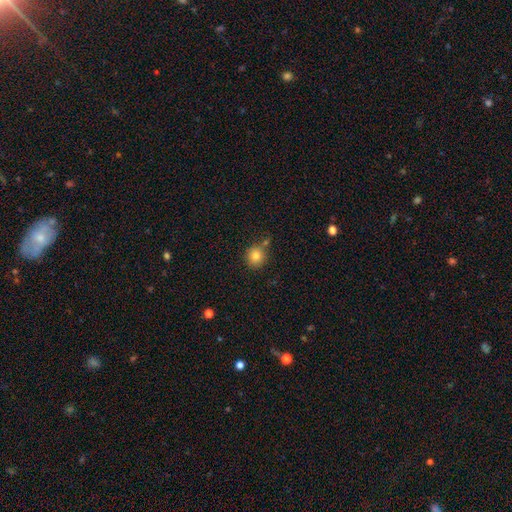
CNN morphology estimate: smooth 81%, star or artifact 11%, featured or disk 7%. Down the decision tree: how rounded — round (90%); merging — none (71%).